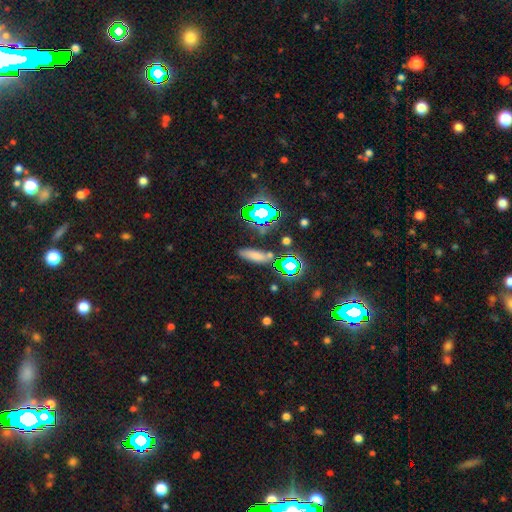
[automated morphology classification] This appears to be a smooth galaxy with no disk features (64%) that is cigar-shaped (52%). Merging: none (78%).